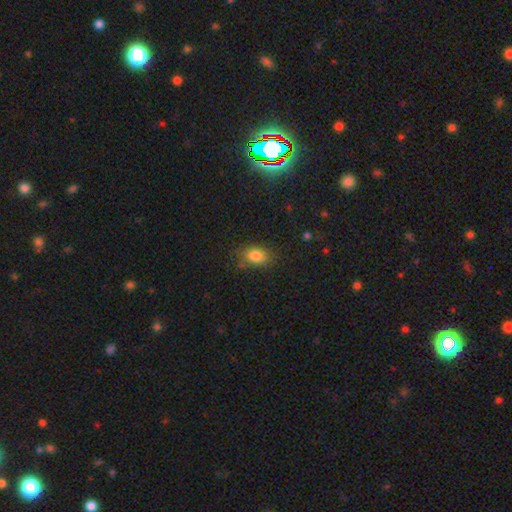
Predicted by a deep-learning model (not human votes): The model was most divided on "merging": none: 73%, minor disturbance: 19%, major disturbance: 6%, merger: 3%. More confident: smooth or featured — smooth (81%); how rounded — in between (79%).